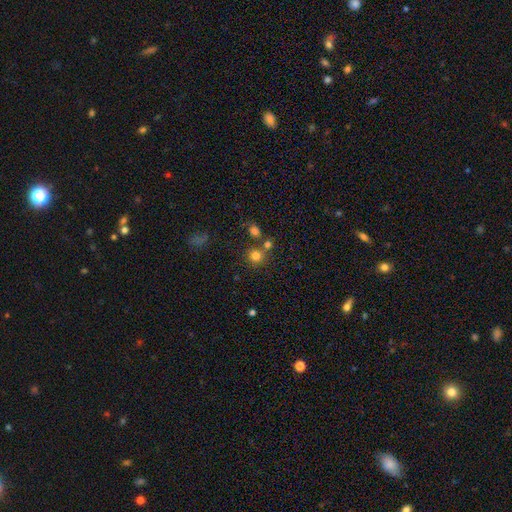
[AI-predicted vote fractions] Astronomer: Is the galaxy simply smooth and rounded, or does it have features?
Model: smooth — 77%.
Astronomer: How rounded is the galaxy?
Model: round — 88%.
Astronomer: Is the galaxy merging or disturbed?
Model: none — 66%.